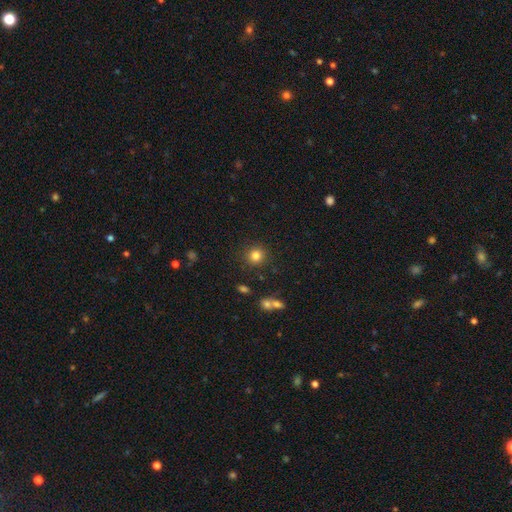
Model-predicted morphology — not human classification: Q: Smooth or featured?
A: smooth (82%); runner-up: star or artifact (12%)
Q: How rounded?
A: round (91%); runner-up: in between (8%)
Q: Merging?
A: none (88%); runner-up: minor disturbance (7%)